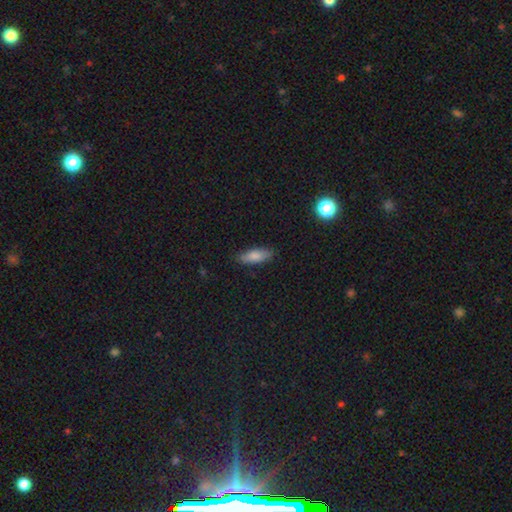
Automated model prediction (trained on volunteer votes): Smooth or featured? smooth (82%)
How rounded? in between (69%)
Merging? none (83%)